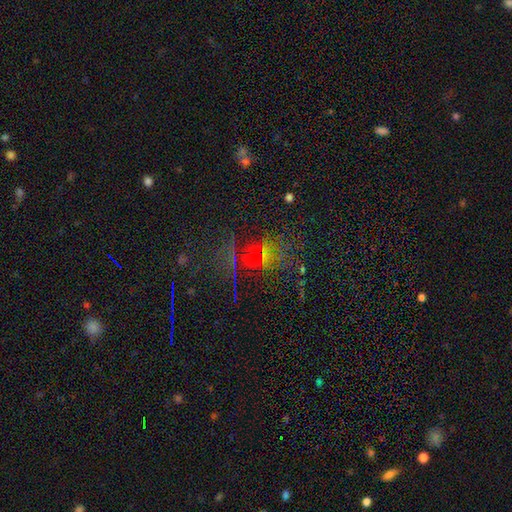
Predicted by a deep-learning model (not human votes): smooth_or_featured: star or artifact (p=0.60) [alt: smooth p=0.30]